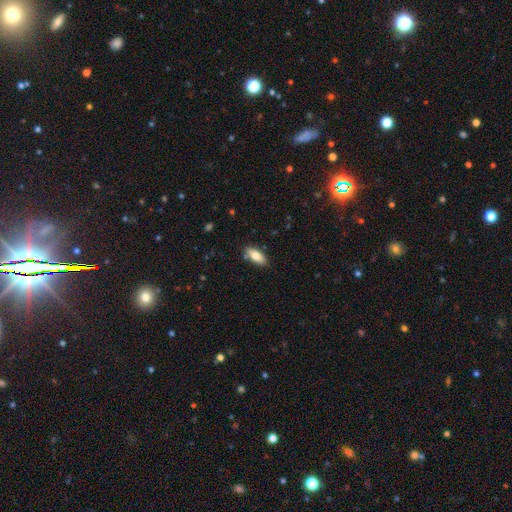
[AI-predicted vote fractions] This is clearly a smooth galaxy (80%). How rounded: likely in between (79%). Merging: clearly none (83%).